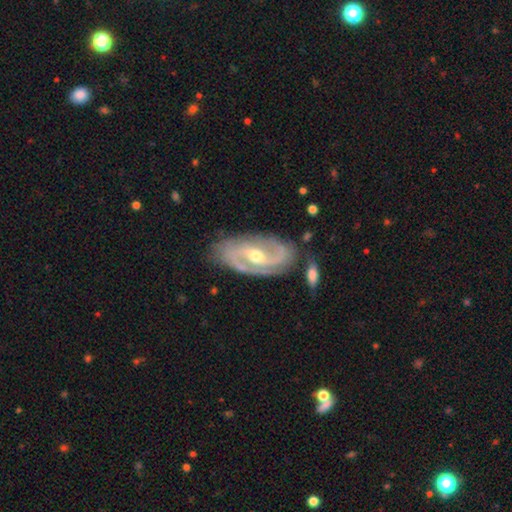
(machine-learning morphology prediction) Smooth or featured? featured or disk (89%)
Edge-on disk? no (95%)
Bar? weak (42%)
Spiral arms? yes (96%)
Spiral winding? medium (46%)
Spiral arm count? 2 (86%)
Bulge size? moderate (64%)
Merging? none (75%)